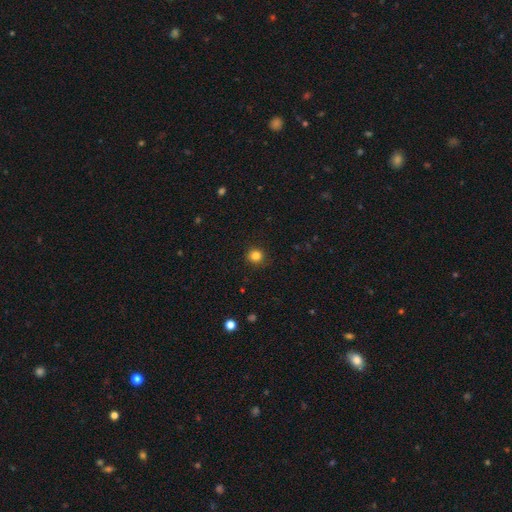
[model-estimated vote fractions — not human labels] Smooth or featured?
  - smooth: 84% *
  - star or artifact: 12%
  - featured or disk: 4%
How rounded?
  - round: 91% *
  - in between: 8%
  - cigar-shaped: 1%
Merging?
  - none: 90% *
  - minor disturbance: 7%
  - major disturbance: 2%
  - merger: 1%